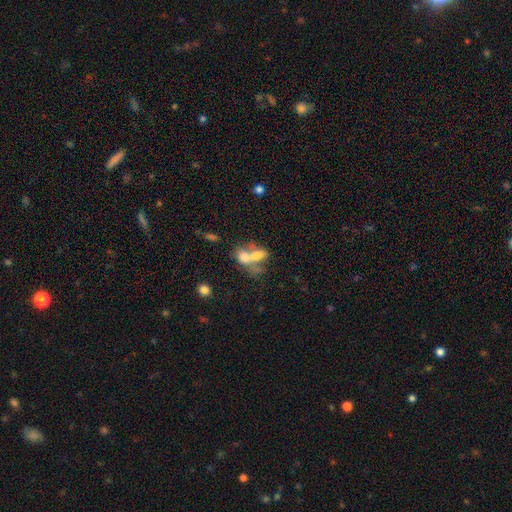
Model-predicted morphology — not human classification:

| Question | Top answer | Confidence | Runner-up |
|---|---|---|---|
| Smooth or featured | smooth | 67% | featured or disk (23%) |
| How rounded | in between | 77% | round (20%) |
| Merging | merger | 71% | none (16%) |